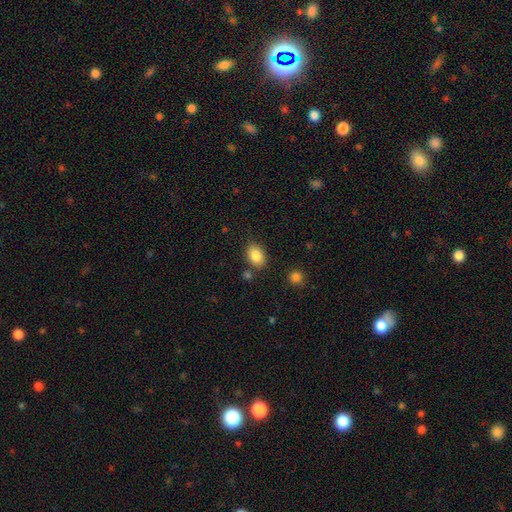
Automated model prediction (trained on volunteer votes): The model was most divided on "how rounded": in between: 81%, round: 18%, cigar-shaped: 1%. More confident: smooth or featured — smooth (85%); merging — none (79%).